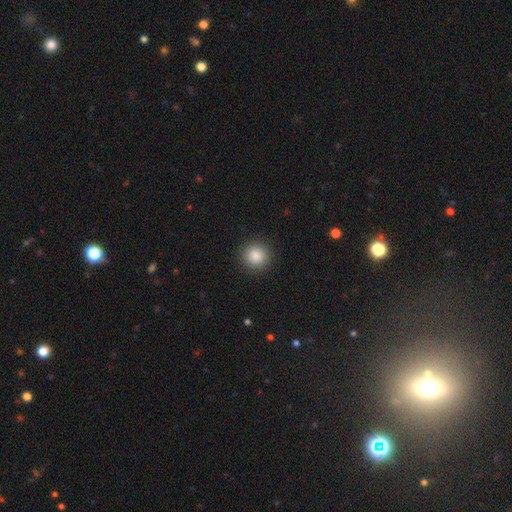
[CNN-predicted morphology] smooth 87%, star or artifact 9%, featured or disk 4%. Down the decision tree: how rounded — round (93%); merging — none (91%).